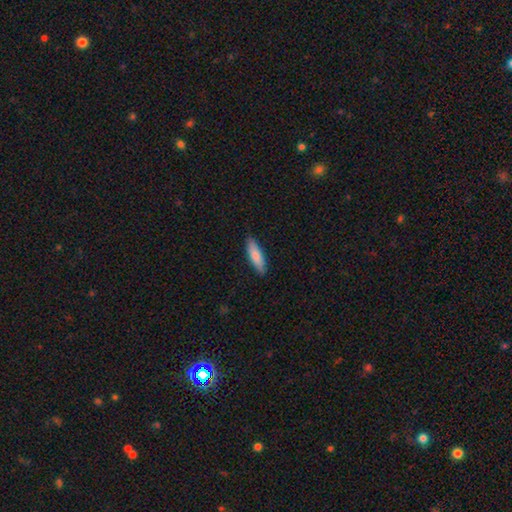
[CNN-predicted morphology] Smooth or featured? smooth (83%)
How rounded? cigar-shaped (61%)
Merging? none (88%)